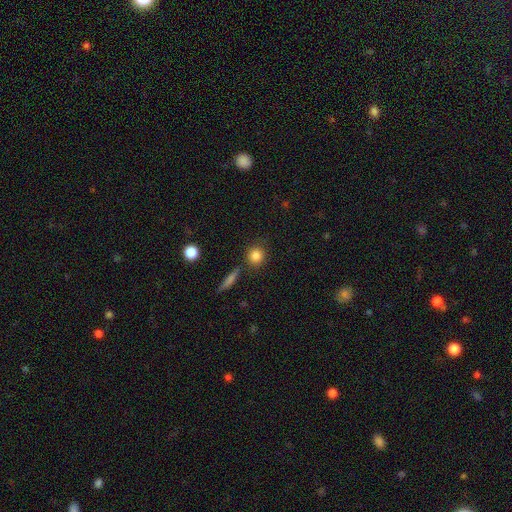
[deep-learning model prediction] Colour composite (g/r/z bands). It shows a smooth galaxy with no disk features (84%) that is round (87%). Merging: none (82%).